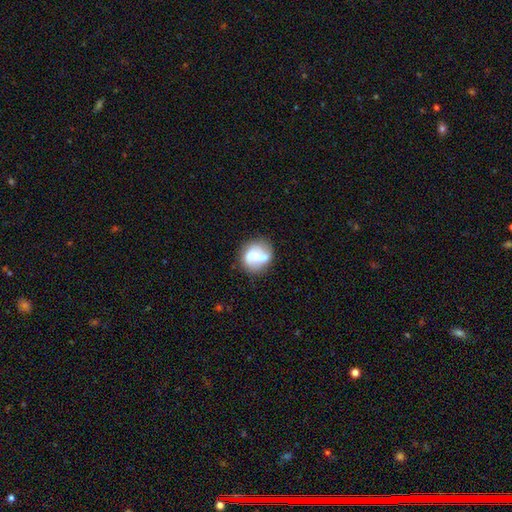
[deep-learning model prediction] smooth-or-featured: featured or disk: 52% | smooth: 40% | star or artifact: 8%
  disk-edge-on: no: 97% | yes: 3%
    bar: no: 58% | weak: 29% | strong: 13%
    has-spiral-arms: yes: 58% | no: 42%
    bulge-size: small: 44% | moderate: 38% | none: 10% | large: 6% | dominant: 2%
  merging: none: 51% | merger: 21% | minor disturbance: 19% | major disturbance: 9%